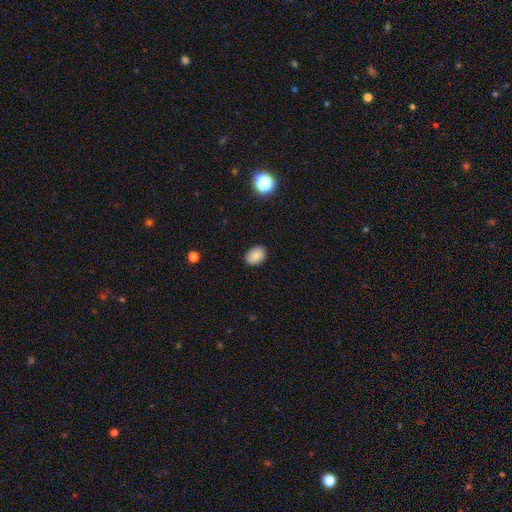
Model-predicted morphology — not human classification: The model was most divided on "how rounded": in between: 74%, round: 25%, cigar-shaped: 1%. More confident: merging — none (87%); smooth or featured — smooth (87%).